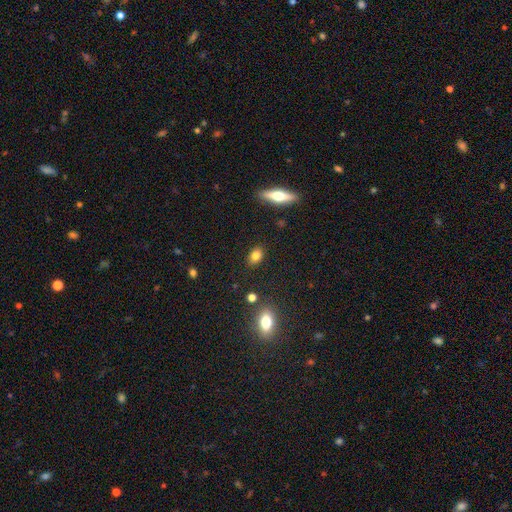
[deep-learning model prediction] This appears to be a smooth galaxy with no disk features (81%) that is in between round and cigar-shaped (77%). Merging: none (87%).